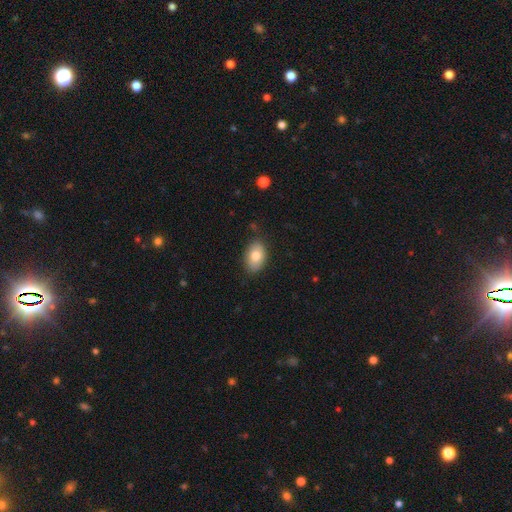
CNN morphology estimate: type=smooth (79%); roundness=in between (87%); merging=none (83%).